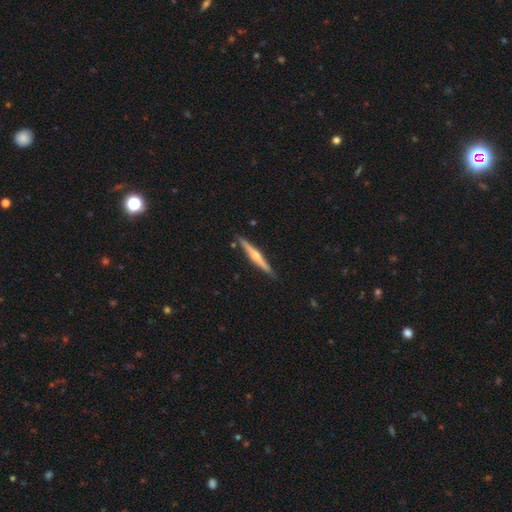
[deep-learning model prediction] Overall: featured or disk (66%; smooth 29%). Edge-on disk: yes (98%). Edge-on bulge: rounded (84%). Merging: none (88%).